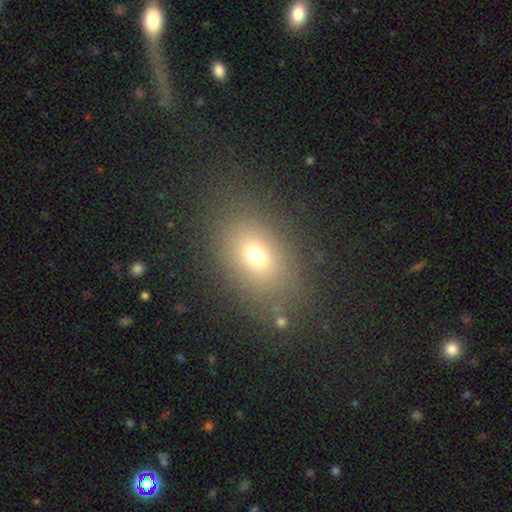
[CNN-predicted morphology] Q: Smooth or featured?
A: smooth (70%); runner-up: star or artifact (16%)
Q: How rounded?
A: in between (74%); runner-up: round (24%)
Q: Merging?
A: none (81%); runner-up: minor disturbance (11%)